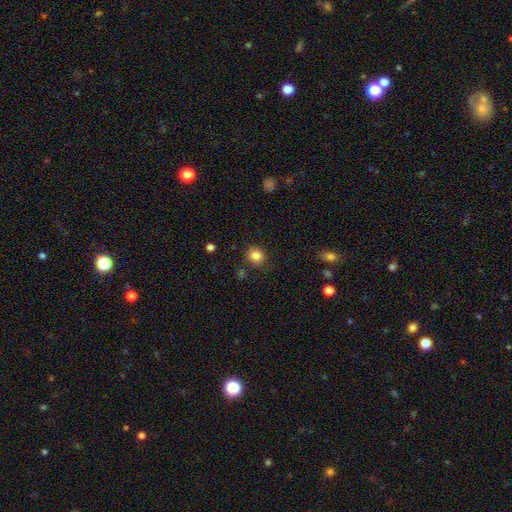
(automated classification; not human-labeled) Smooth or featured: smooth — 84% (star or artifact — 11%)
How rounded: round — 77% (in between — 22%)
Merging: none — 83% (minor disturbance — 11%)